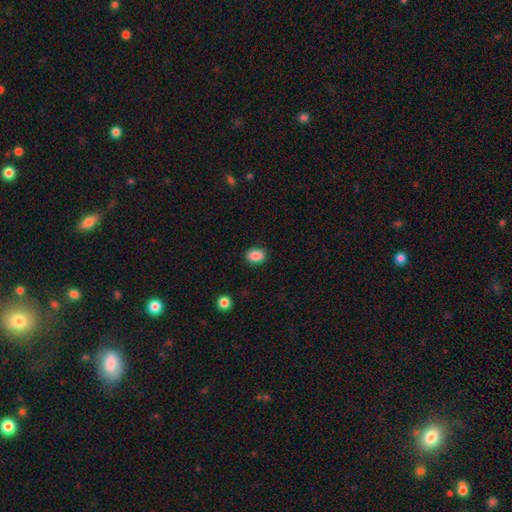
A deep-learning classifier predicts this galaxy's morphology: Smooth or featured? smooth (88%)
How rounded? in between (72%)
Merging? none (87%)